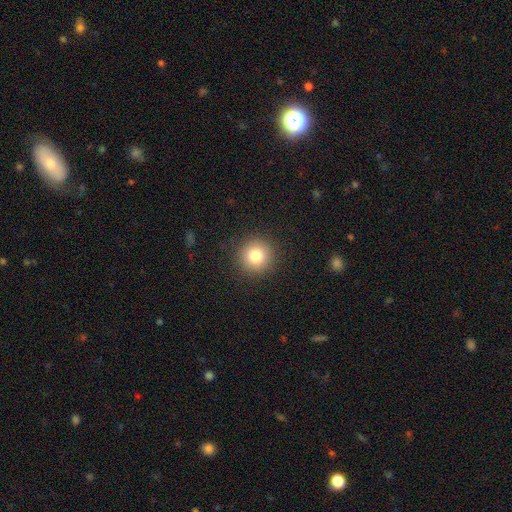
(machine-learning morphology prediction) type=smooth (82%); roundness=round (95%); merging=none (91%).